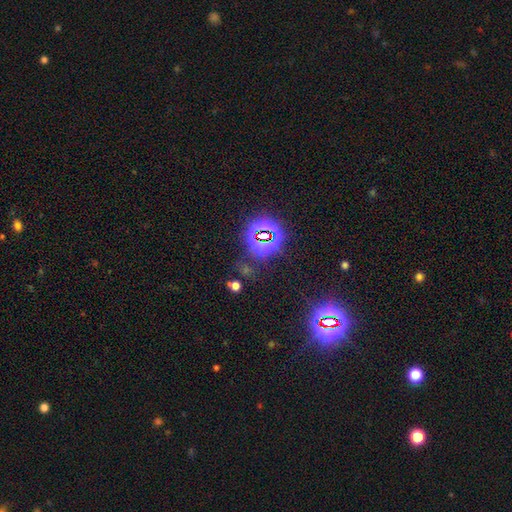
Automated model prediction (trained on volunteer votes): smooth-or-featured: star or artifact: 83% | smooth: 10% | featured or disk: 7%